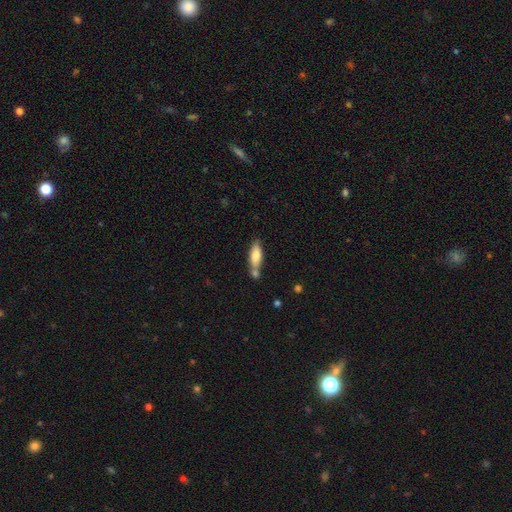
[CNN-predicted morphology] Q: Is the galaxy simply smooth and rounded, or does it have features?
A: smooth — 77%.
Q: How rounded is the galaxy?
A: in between — 58%.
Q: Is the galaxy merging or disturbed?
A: none — 54%.